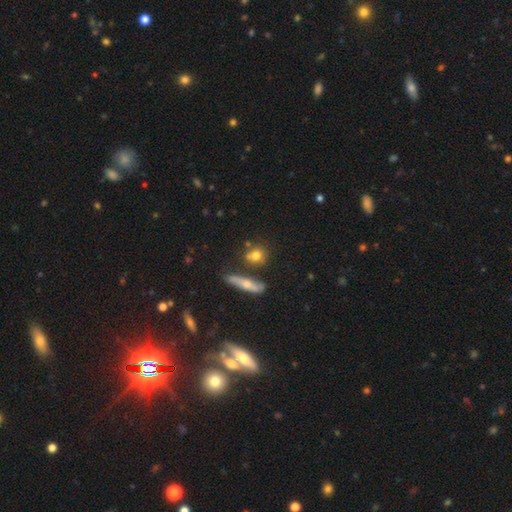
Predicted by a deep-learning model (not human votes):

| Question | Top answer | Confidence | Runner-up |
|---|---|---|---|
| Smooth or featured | smooth | 72% | featured or disk (17%) |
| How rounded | round | 70% | in between (20%) |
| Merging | none | 65% | merger (18%) |